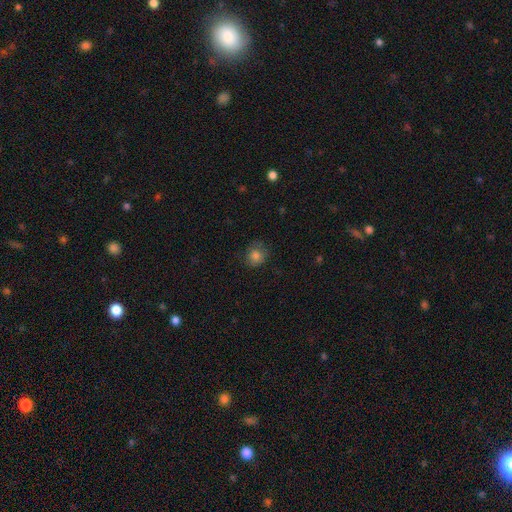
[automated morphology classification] Smooth or featured? Predicted: smooth (p=0.81). How rounded? Predicted: round (p=0.80). Merging? Predicted: none (p=0.74).